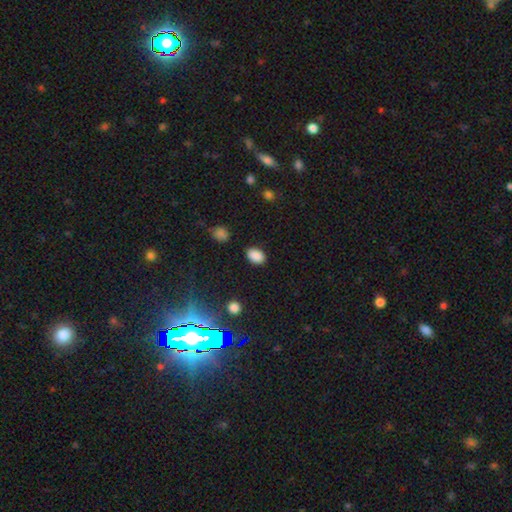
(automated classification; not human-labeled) This appears to be a smooth galaxy with no disk features (87%) that is in between round and cigar-shaped (84%). Merging: none (86%).